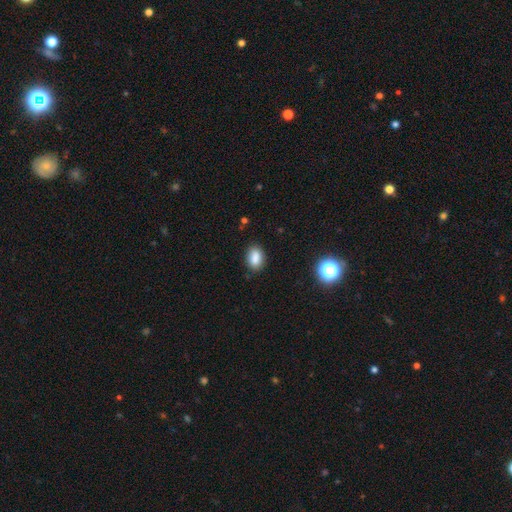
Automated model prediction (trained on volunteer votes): Smooth or featured?
  - smooth: 86% *
  - star or artifact: 10%
  - featured or disk: 4%
How rounded?
  - in between: 83% *
  - round: 15%
  - cigar-shaped: 1%
Merging?
  - none: 85% *
  - minor disturbance: 11%
  - major disturbance: 3%
  - merger: 1%